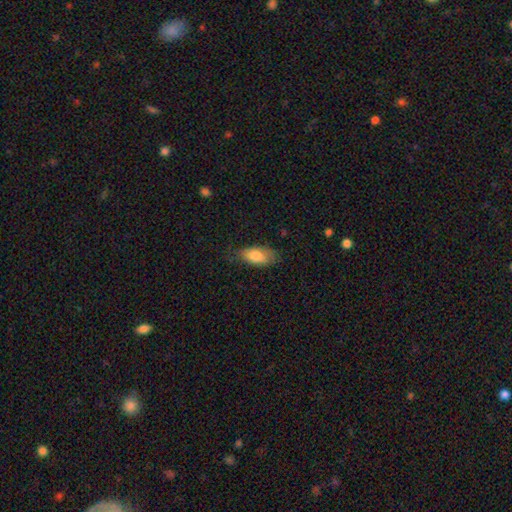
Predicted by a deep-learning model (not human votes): The model was most divided on "merging": none: 69%, minor disturbance: 24%, major disturbance: 7%, merger: 1%. More confident: how rounded — in between (87%); smooth or featured — smooth (80%).